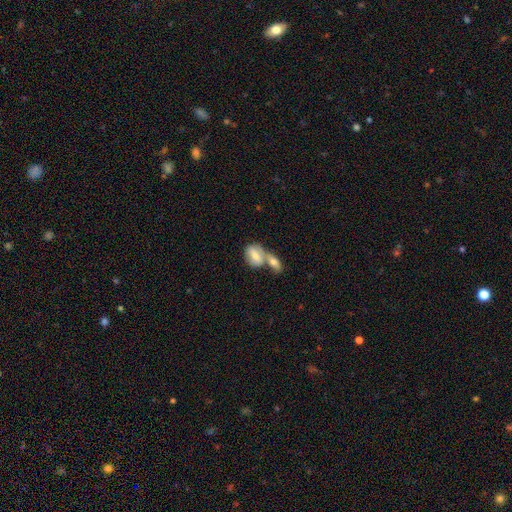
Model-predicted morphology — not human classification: Smooth or featured? Predicted: smooth (p=0.66). How rounded? Predicted: in between (p=0.81). Merging? Predicted: merger (p=0.68).